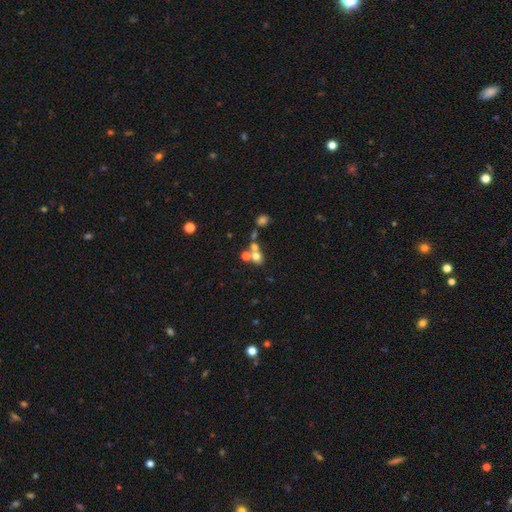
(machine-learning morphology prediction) This is likely a smooth galaxy (61%). How rounded: likely round (65%). Merging: possibly merger (51%).